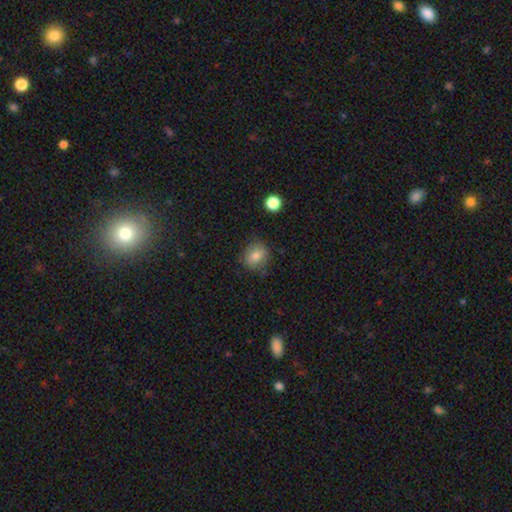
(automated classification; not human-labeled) A smooth galaxy with no disk features (77%) that is round (68%). Merging: none (79%).